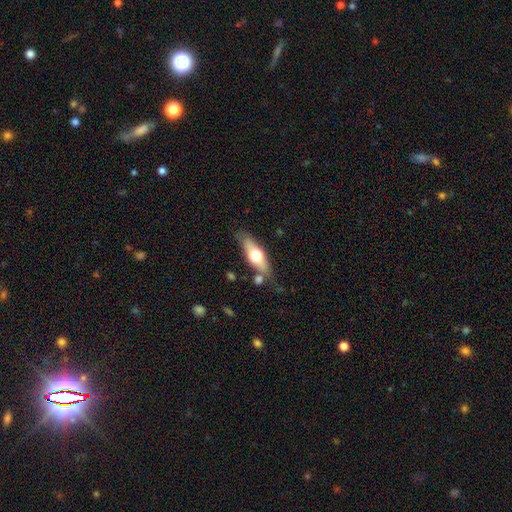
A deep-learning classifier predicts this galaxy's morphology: Overall: smooth (48%; featured or disk 46%). Merging: none (71%).